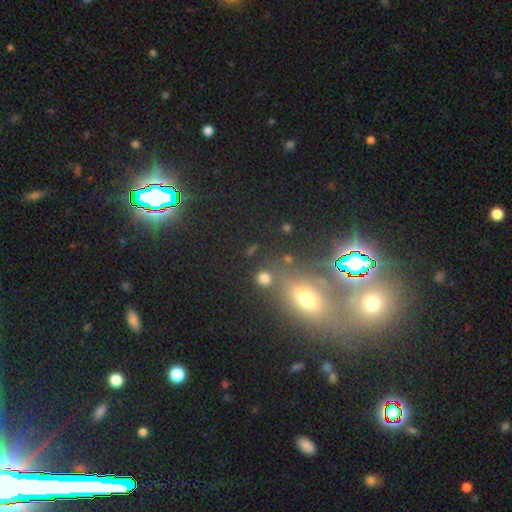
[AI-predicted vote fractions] A star or artifact, not a galaxy (49%).